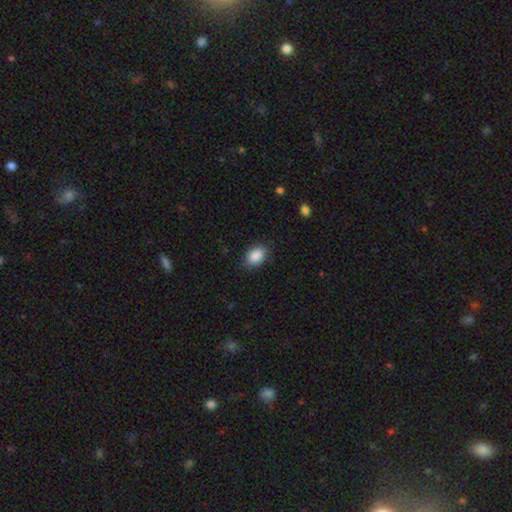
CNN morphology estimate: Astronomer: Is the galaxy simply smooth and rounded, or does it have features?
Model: smooth — 89%.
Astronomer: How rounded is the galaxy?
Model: in between — 83%.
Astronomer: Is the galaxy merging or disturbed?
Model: none — 84%.